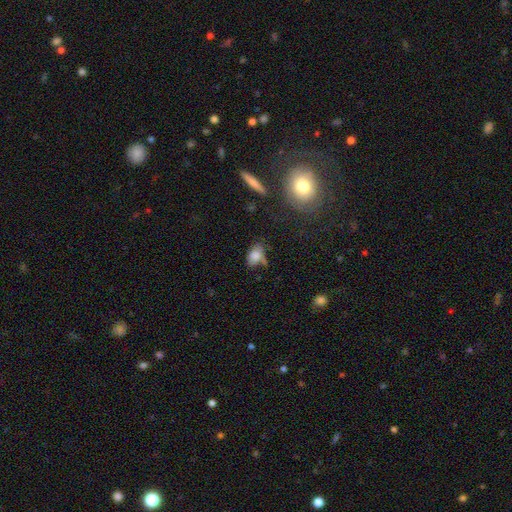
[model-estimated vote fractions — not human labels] Smooth or featured: smooth — 77% (featured or disk — 12%)
How rounded: in between — 85% (round — 12%)
Merging: none — 48% (minor disturbance — 30%)